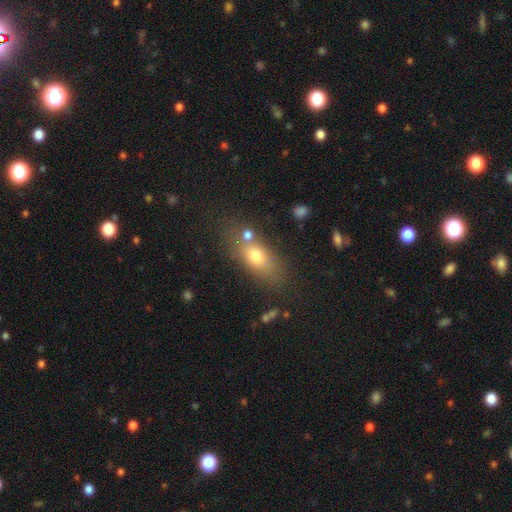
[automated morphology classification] This appears to be a smooth galaxy with no disk features (70%) that is in between round and cigar-shaped (72%). Merging: none (67%).